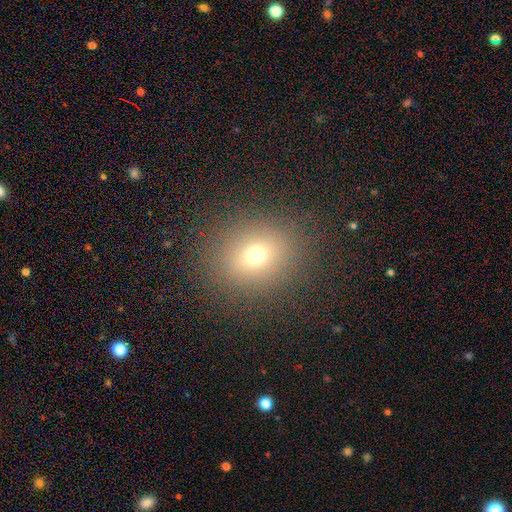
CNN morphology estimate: Overall: smooth (69%). How rounded: round (70%). Merging: none (87%).